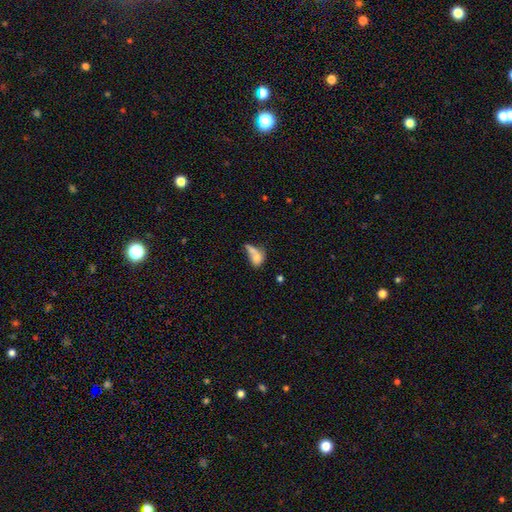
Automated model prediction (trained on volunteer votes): A smooth galaxy with no disk features (71%) that is in between round and cigar-shaped (71%).

Vote fractions:
- Smooth or featured? smooth: 71% / featured or disk: 19% / star or artifact: 10%
- How rounded? in between: 71% / round: 23% / cigar-shaped: 6%
- Merging? merger: 49% / none: 23% / minor disturbance: 14% / major disturbance: 14%